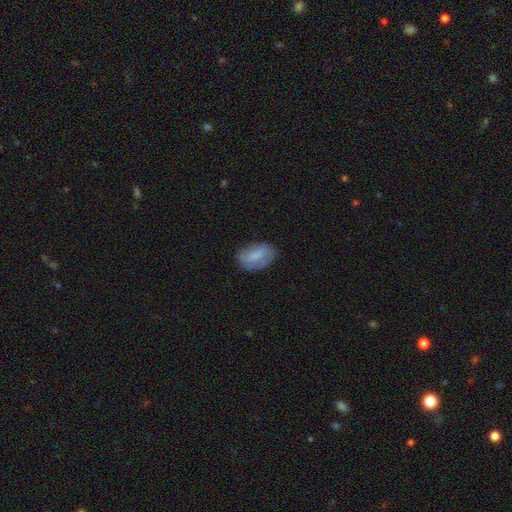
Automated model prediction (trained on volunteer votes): Smooth or featured? Predicted: smooth (p=0.72). How rounded? Predicted: in between (p=0.90). Merging? Predicted: none (p=0.72).